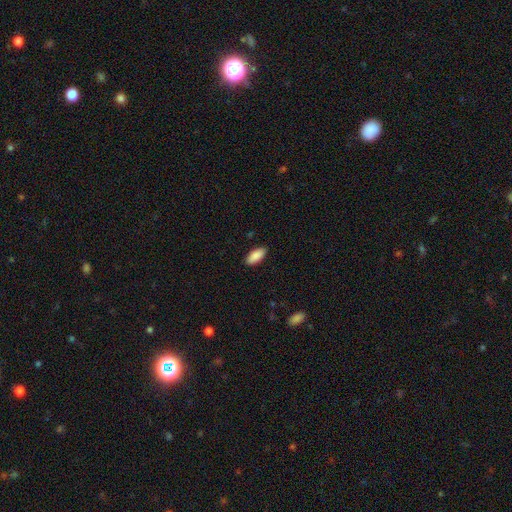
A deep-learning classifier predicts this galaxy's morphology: Smooth or featured? Predicted: smooth (p=0.90). How rounded? Predicted: in between (p=0.88). Merging? Predicted: none (p=0.89).